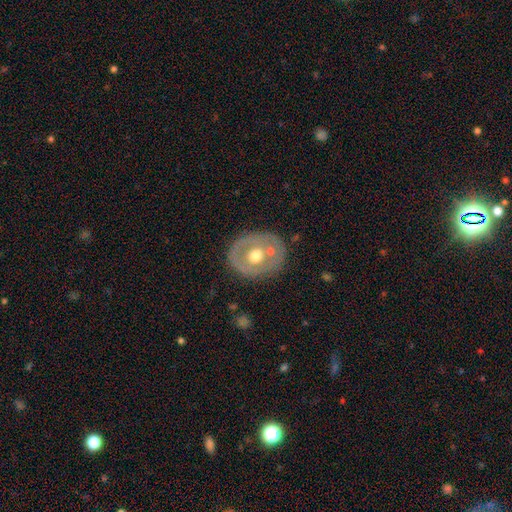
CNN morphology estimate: smooth-or-featured: featured or disk: 52% | smooth: 42% | star or artifact: 6%
  disk-edge-on: no: 94% | yes: 6%
  merging: none: 70% | minor disturbance: 15% | merger: 10% | major disturbance: 5%